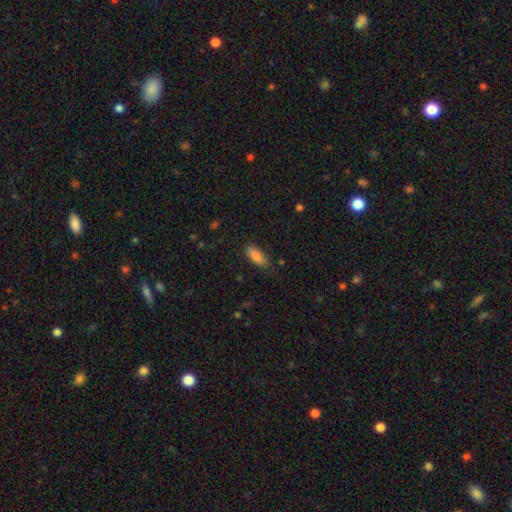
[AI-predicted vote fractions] Smooth or featured? smooth (83%)
How rounded? in between (76%)
Merging? none (82%)